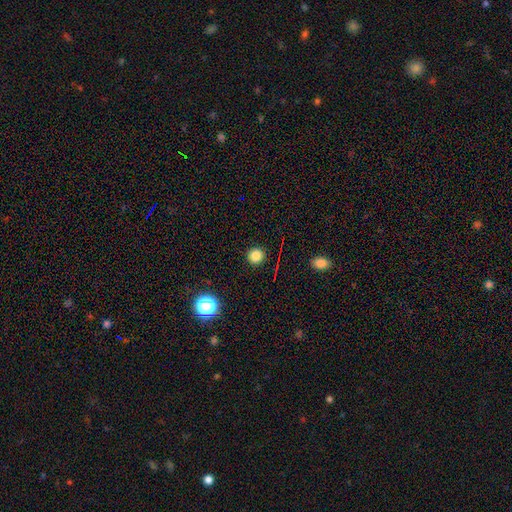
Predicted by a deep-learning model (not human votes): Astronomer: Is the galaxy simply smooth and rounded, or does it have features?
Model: smooth — 81%.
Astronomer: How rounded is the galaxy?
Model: round — 95%.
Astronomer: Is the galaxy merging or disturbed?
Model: none — 92%.